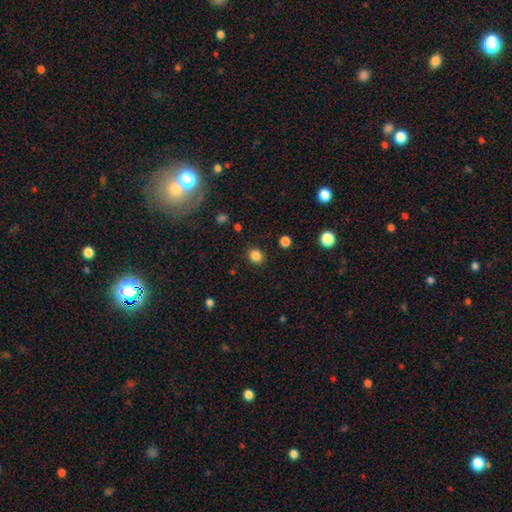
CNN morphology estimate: smooth_or_featured: smooth (p=0.84) [alt: star or artifact p=0.12]
how_rounded: round (p=0.76) [alt: in between p=0.23]
merging: none (p=0.88) [alt: minor disturbance p=0.08]